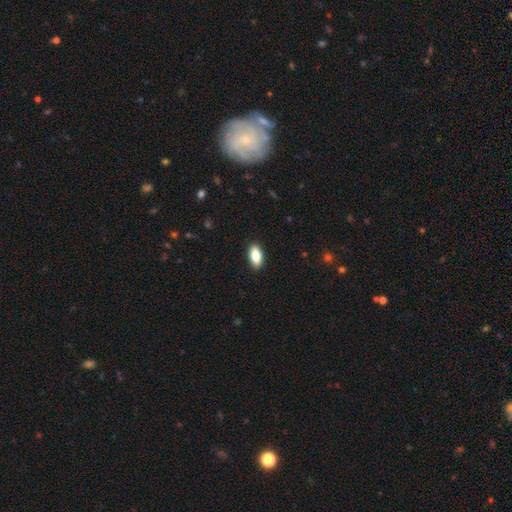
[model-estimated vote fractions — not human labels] Q: Smooth or featured?
A: smooth (83%); runner-up: featured or disk (10%)
Q: How rounded?
A: in between (91%); runner-up: cigar-shaped (6%)
Q: Merging?
A: none (90%); runner-up: minor disturbance (8%)